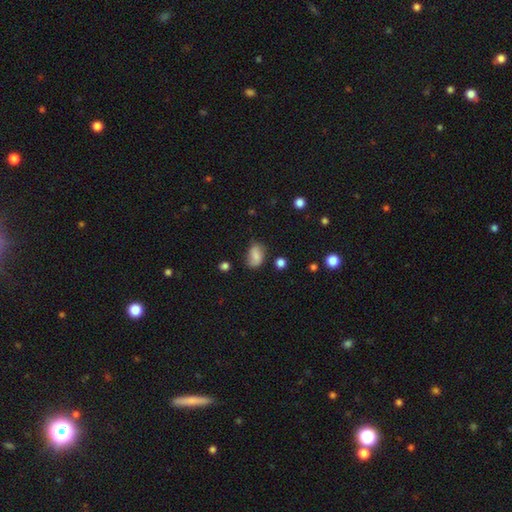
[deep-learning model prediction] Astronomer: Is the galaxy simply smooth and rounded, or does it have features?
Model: smooth — 70%.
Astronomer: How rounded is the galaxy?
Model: in between — 83%.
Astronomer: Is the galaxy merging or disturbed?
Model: none — 65%.